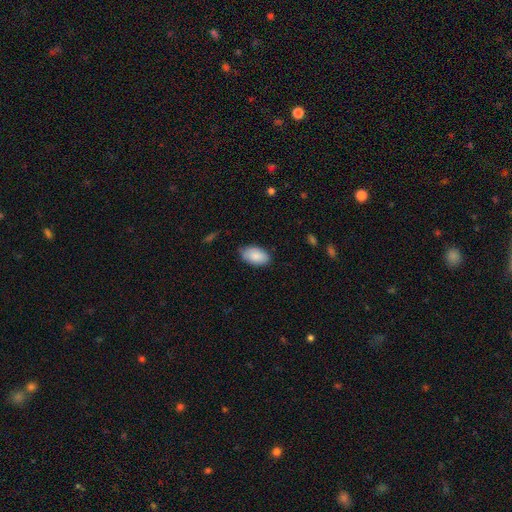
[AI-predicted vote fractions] The model was most divided on "merging": none: 79%, minor disturbance: 17%, major disturbance: 3%, merger: 1%. More confident: how rounded — in between (94%); smooth or featured — smooth (88%).